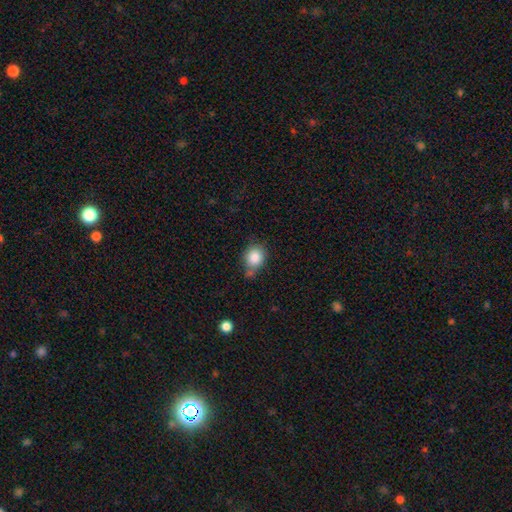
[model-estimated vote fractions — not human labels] Morphology: type=smooth (85%); roundness=round (67%); merging=none (58%).